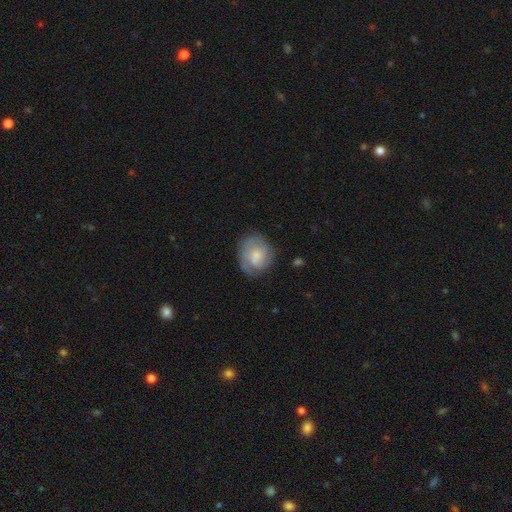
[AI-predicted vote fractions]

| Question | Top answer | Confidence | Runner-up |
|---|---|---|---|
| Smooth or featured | smooth | 52% | featured or disk (41%) |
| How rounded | round | 72% | in between (27%) |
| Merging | none | 63% | minor disturbance (23%) |